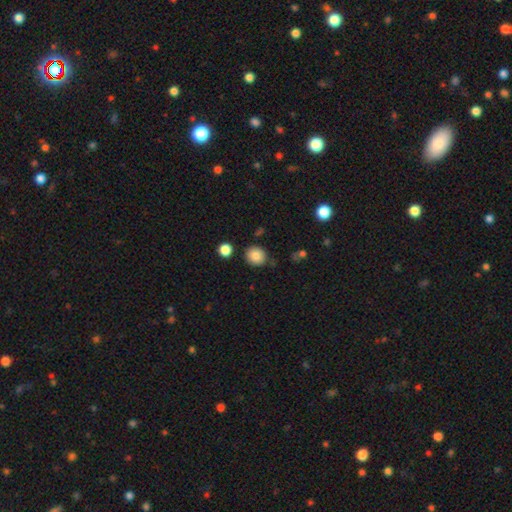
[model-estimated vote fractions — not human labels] smooth-or-featured: smooth: 85% | star or artifact: 10% | featured or disk: 5%
  how-rounded: round: 79% | in between: 20% | cigar-shaped: 1%
  merging: none: 80% | minor disturbance: 12% | merger: 4% | major disturbance: 3%